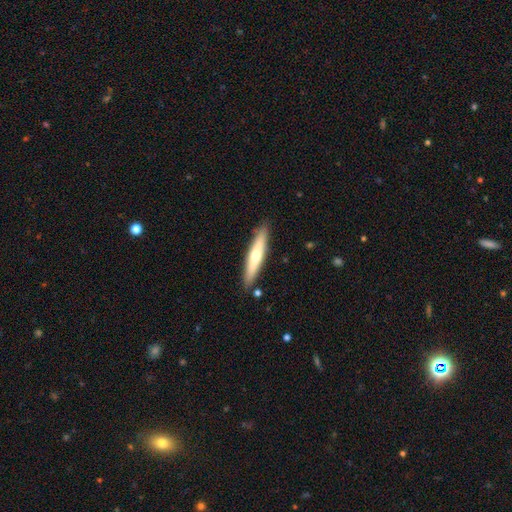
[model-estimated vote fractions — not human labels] This appears to be a smooth galaxy with no disk features (51%) that is cigar-shaped (87%). Merging: none (88%).